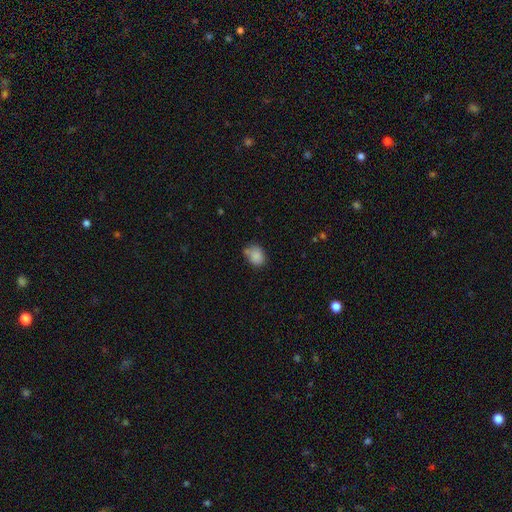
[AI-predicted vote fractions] smooth_or_featured: smooth (p=0.84) [alt: star or artifact p=0.09]
how_rounded: in between (p=0.52) [alt: round p=0.47]
merging: none (p=0.56) [alt: minor disturbance p=0.23]